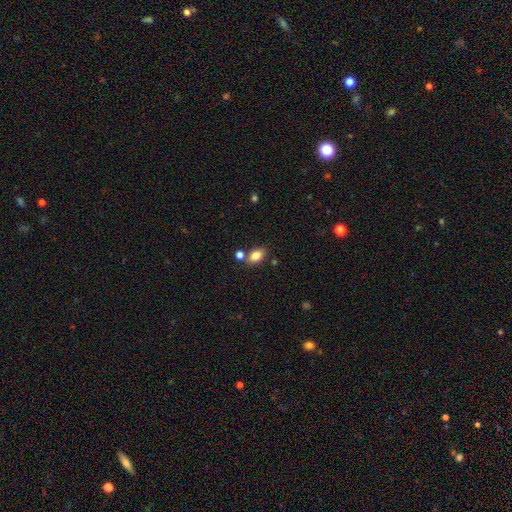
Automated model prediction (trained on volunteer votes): Smooth or featured: smooth — 82% (star or artifact — 10%)
How rounded: in between — 84% (round — 14%)
Merging: none — 69% (merger — 16%)